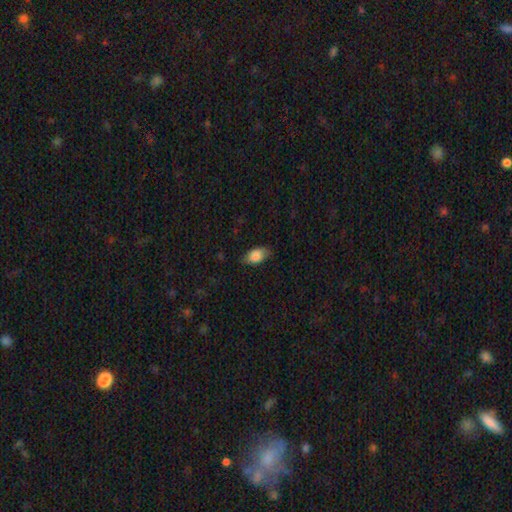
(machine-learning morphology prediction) This is clearly a smooth galaxy (83%). How rounded: clearly in between (90%). Merging: likely none (74%).